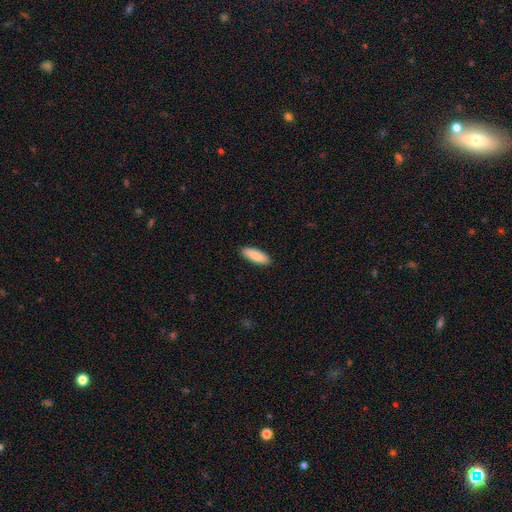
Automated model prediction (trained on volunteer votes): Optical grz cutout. It shows a smooth galaxy with no disk features (89%) that is in between round and cigar-shaped (54%). Merging: none (91%).